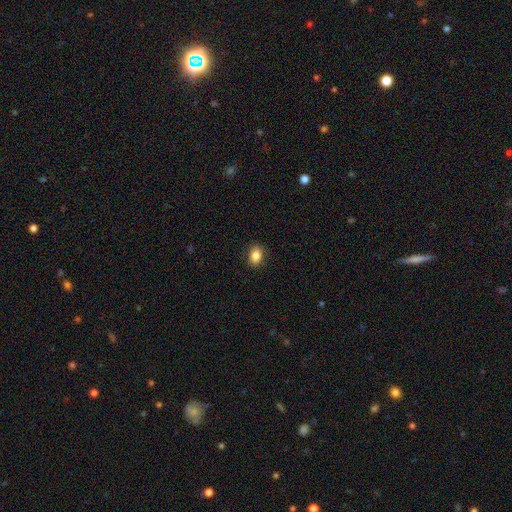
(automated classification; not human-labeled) This is clearly a smooth galaxy (86%). How rounded: likely in between (71%). Merging: clearly none (88%).